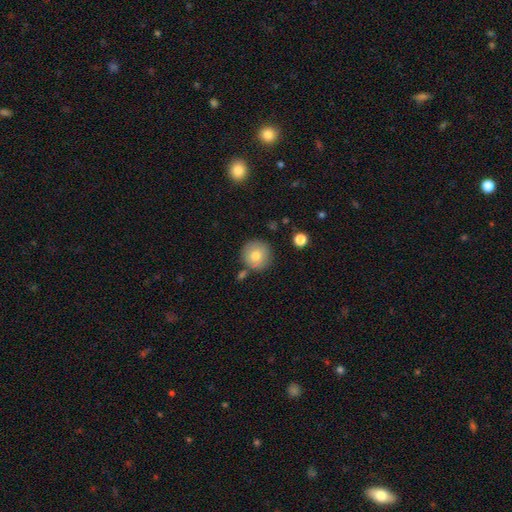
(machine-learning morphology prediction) Overall: smooth (78%). How rounded: round (94%). Merging: none (78%).